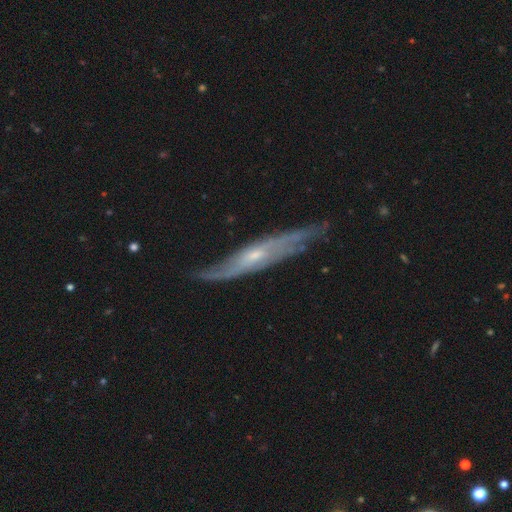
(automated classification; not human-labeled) This is likely a featured or disk galaxy (76%). It is possibly viewed edge-on (58%). Merging: likely none (69%).